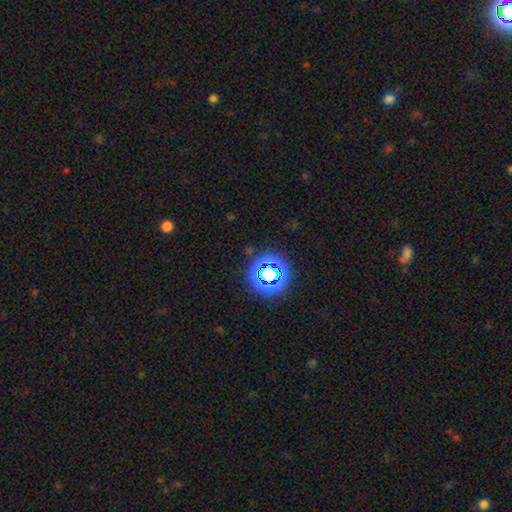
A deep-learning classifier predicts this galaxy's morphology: This is likely a star or artifact rather than a galaxy (62%).